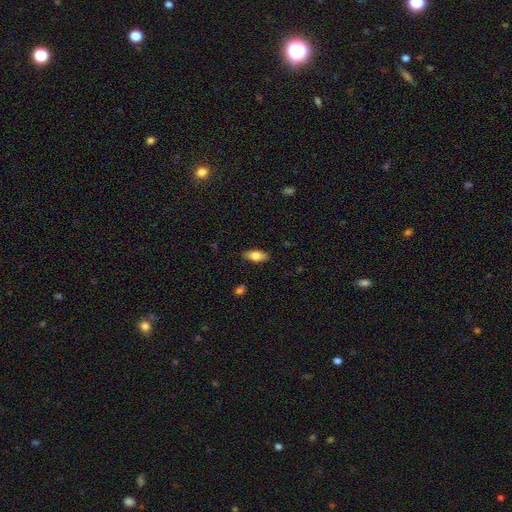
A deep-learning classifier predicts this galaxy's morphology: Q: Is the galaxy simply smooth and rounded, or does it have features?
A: smooth — 76%.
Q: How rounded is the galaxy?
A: in between — 85%.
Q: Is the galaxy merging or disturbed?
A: none — 87%.